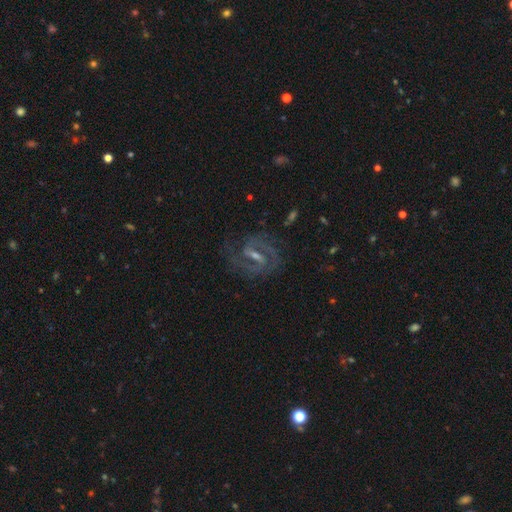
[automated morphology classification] This appears to be a featured or disk galaxy (88%) with a strong bar (52%), 2 (86%) medium (55%) spiral arms (97%) and a small central bulge (53%). Merging: none (78%).